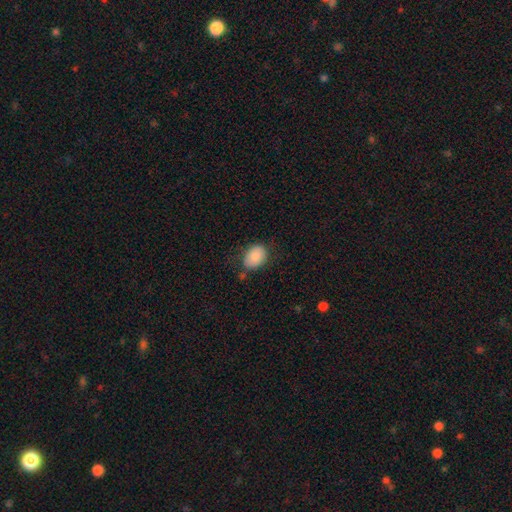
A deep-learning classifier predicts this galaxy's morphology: Smooth or featured?
  - smooth: 87% *
  - star or artifact: 7%
  - featured or disk: 6%
How rounded?
  - in between: 73% *
  - round: 26%
  - cigar-shaped: 1%
Merging?
  - none: 71% *
  - minor disturbance: 20%
  - major disturbance: 5%
  - merger: 4%